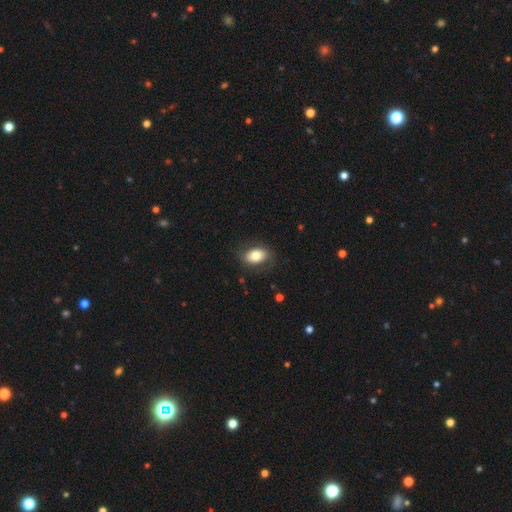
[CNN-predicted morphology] Smooth or featured?
  - smooth: 77% *
  - featured or disk: 16%
  - star or artifact: 7%
How rounded?
  - in between: 87% *
  - round: 11%
  - cigar-shaped: 2%
Merging?
  - none: 79% *
  - minor disturbance: 14%
  - major disturbance: 5%
  - merger: 1%